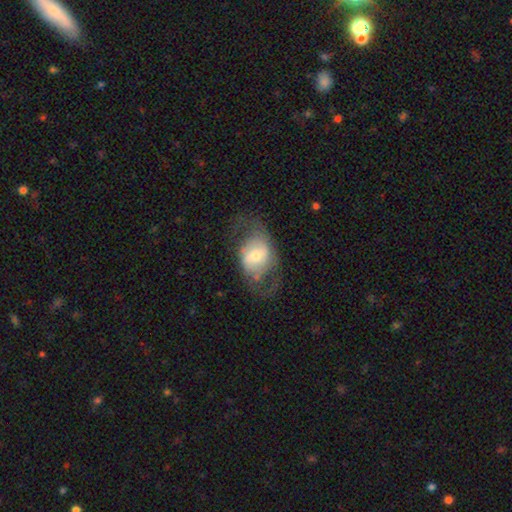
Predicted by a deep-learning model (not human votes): Smooth or featured: featured or disk — 59% (smooth — 33%)
Edge-on disk: no — 94% (yes — 6%)
Bar: no — 48% (weak — 34%)
Spiral arms: yes — 60% (no — 40%)
Bulge size: moderate — 50% (small — 38%)
Merging: none — 55% (major disturbance — 24%)